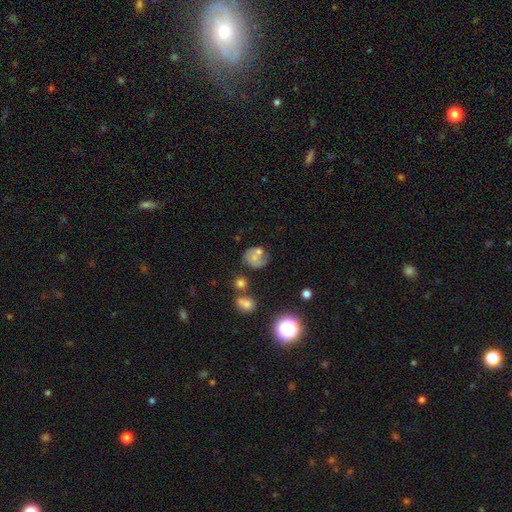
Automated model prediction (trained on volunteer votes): smooth 54%, featured or disk 32%, star or artifact 14%. Down the decision tree: how rounded — round (65%); merging — none (44%).